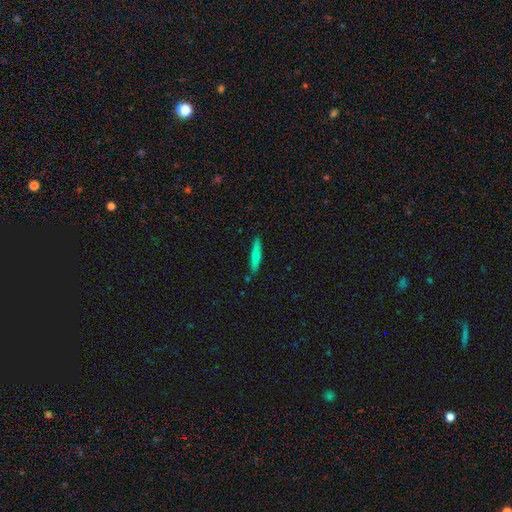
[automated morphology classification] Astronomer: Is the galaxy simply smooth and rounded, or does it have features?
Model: smooth — 66%.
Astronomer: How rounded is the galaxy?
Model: cigar-shaped — 86%.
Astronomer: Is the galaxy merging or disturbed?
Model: none — 83%.